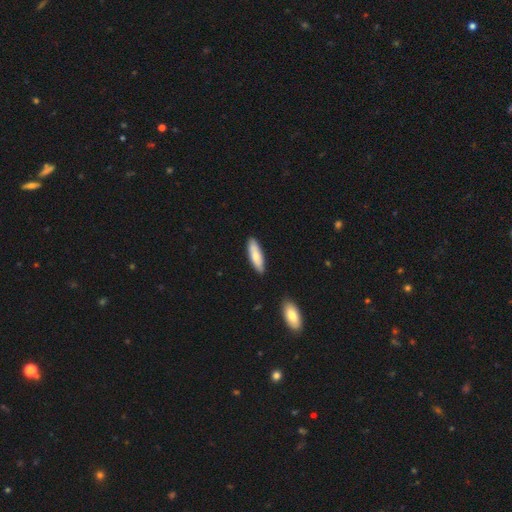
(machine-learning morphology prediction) type=smooth (74%); roundness=cigar-shaped (57%); merging=none (88%).